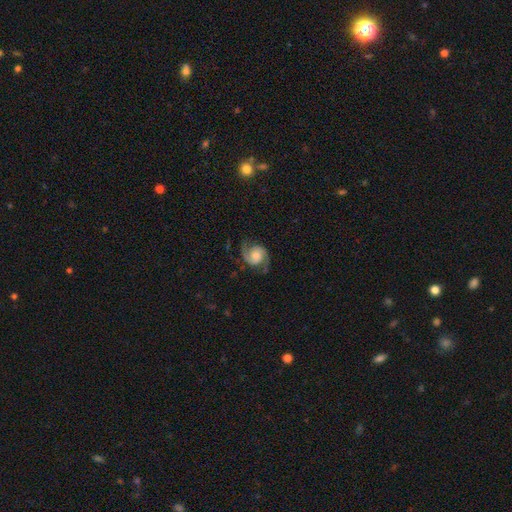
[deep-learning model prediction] A featured or disk galaxy (86%) with no bar (66%), 2 (93%) medium (53%) spiral arms (98%) and a moderate central bulge (38%). Merging: none (76%).